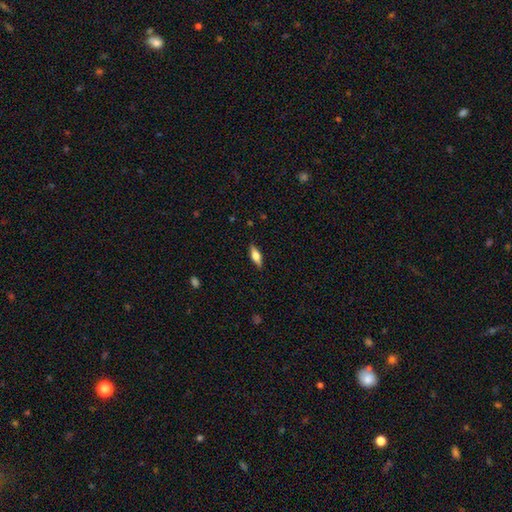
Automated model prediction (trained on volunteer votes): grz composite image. It shows a smooth galaxy with no disk features (55%) that is in between round and cigar-shaped (61%). Merging: none (88%).